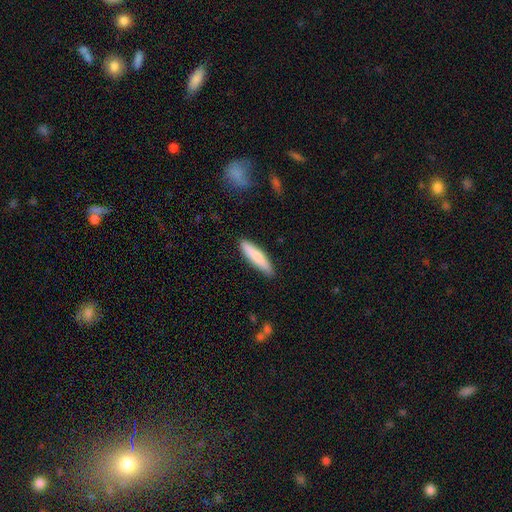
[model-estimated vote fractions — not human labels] Smooth or featured: smooth — 79% (featured or disk — 15%)
How rounded: cigar-shaped — 79% (in between — 20%)
Merging: none — 86% (minor disturbance — 10%)